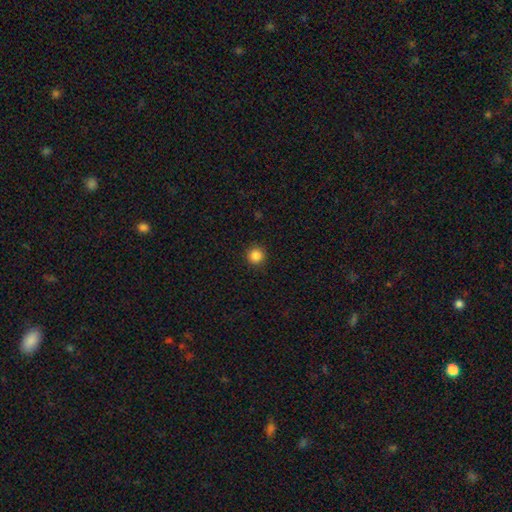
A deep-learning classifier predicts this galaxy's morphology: Smooth or featured? Predicted: smooth (p=0.86). How rounded? Predicted: round (p=0.95). Merging? Predicted: none (p=0.92).